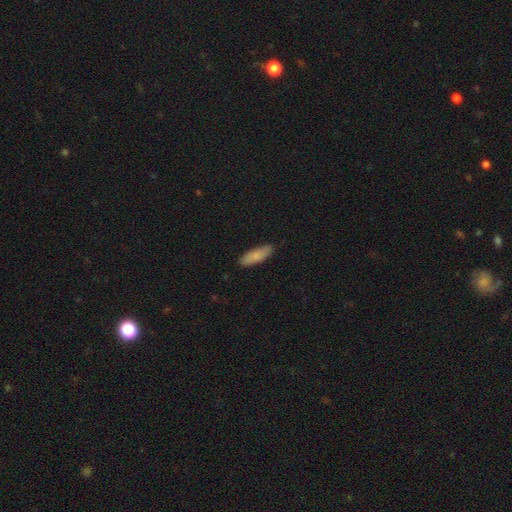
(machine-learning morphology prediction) This is clearly a smooth galaxy (83%). How rounded: possibly in between (58%). Merging: clearly none (87%).